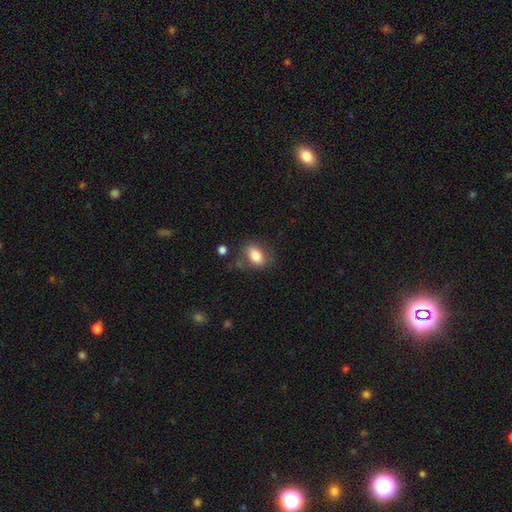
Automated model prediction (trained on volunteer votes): This is likely a smooth galaxy (80%). How rounded: clearly in between (84%). Merging: likely none (67%).